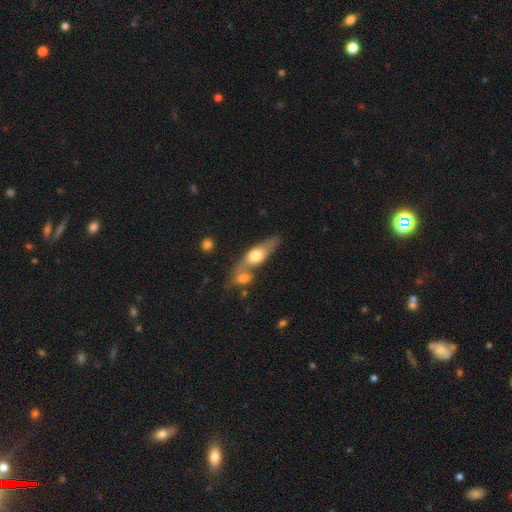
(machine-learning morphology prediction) Q: Smooth or featured?
A: smooth (55%); runner-up: featured or disk (38%)
Q: How rounded?
A: in between (53%); runner-up: cigar-shaped (41%)
Q: Merging?
A: merger (44%); runner-up: none (38%)